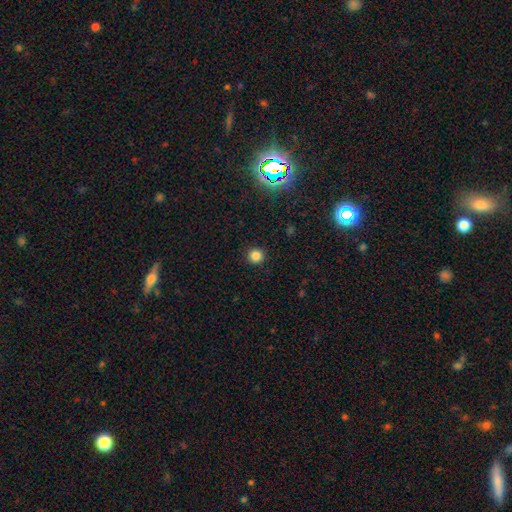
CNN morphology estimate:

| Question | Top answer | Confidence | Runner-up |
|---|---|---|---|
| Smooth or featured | smooth | 82% | star or artifact (14%) |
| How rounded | round | 94% | in between (5%) |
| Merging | none | 92% | minor disturbance (5%) |